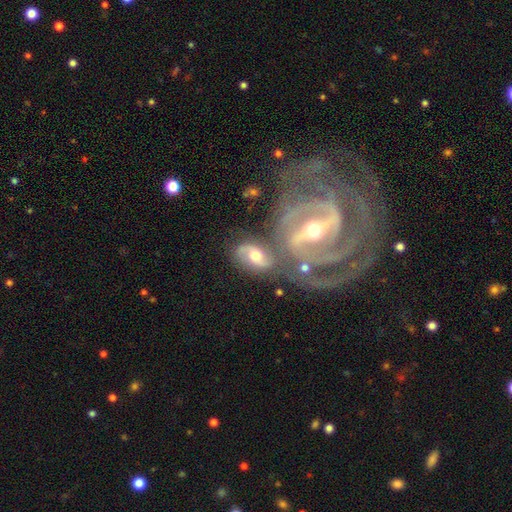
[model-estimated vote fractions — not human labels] Smooth or featured?
  - featured or disk: 70% *
  - smooth: 23%
  - star or artifact: 7%
Edge-on disk?
  - no: 94% *
  - yes: 6%
Bar?
  - weak: 40% *
  - no: 38%
  - strong: 22%
Spiral arms?
  - yes: 87% *
  - no: 13%
Spiral winding?
  - medium: 45% *
  - loose: 32%
  - tight: 23%
Spiral arm count?
  - 2: 85% *
  - can't tell: 8%
  - 1: 3%
  - 3: 2%
  - 4: 1%
  - more than 4: 1%
Bulge size?
  - moderate: 73% *
  - small: 13%
  - large: 11%
  - none: 2%
  - dominant: 1%
Merging?
  - none: 45% *
  - merger: 31%
  - minor disturbance: 15%
  - major disturbance: 8%